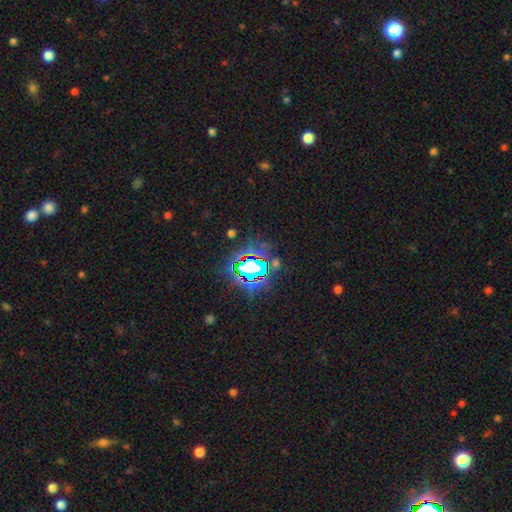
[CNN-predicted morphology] Smooth or featured?
  - star or artifact: 82% *
  - smooth: 10%
  - featured or disk: 8%